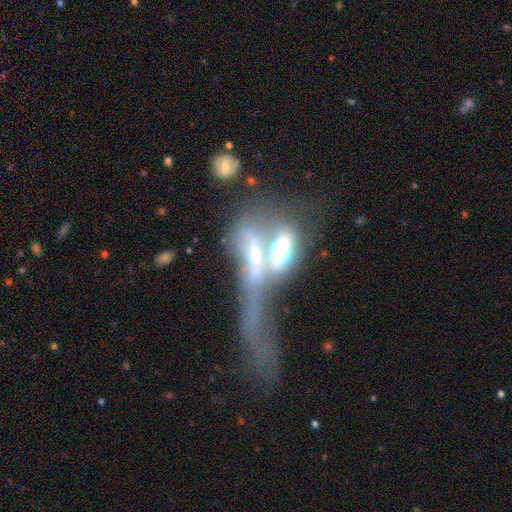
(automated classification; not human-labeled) Morphology: type=featured or disk (53%); edge-on=no (59%); merging=merger (60%).